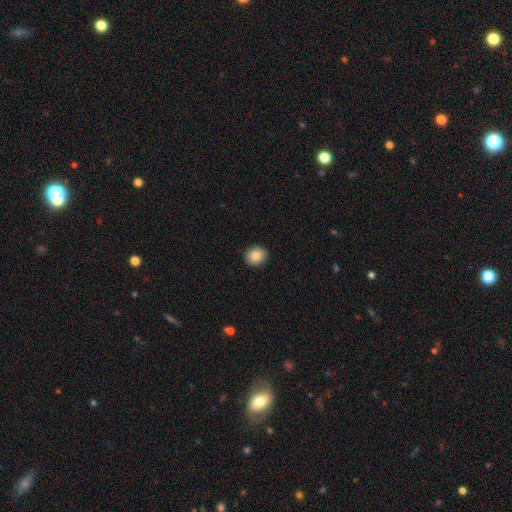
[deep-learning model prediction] A smooth galaxy with no disk features (85%) that is round (77%).

Vote fractions:
- Smooth or featured? smooth: 85% / star or artifact: 9% / featured or disk: 7%
- How rounded? round: 77% / in between: 22% / cigar-shaped: 1%
- Merging? none: 90% / minor disturbance: 8% / major disturbance: 2% / merger: 1%